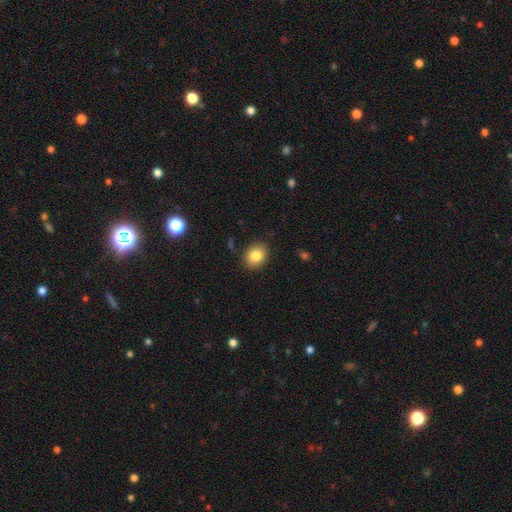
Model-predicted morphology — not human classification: smooth_or_featured: smooth (p=0.84) [alt: star or artifact p=0.09]
how_rounded: round (p=0.54) [alt: in between p=0.45]
merging: none (p=0.88) [alt: minor disturbance p=0.09]